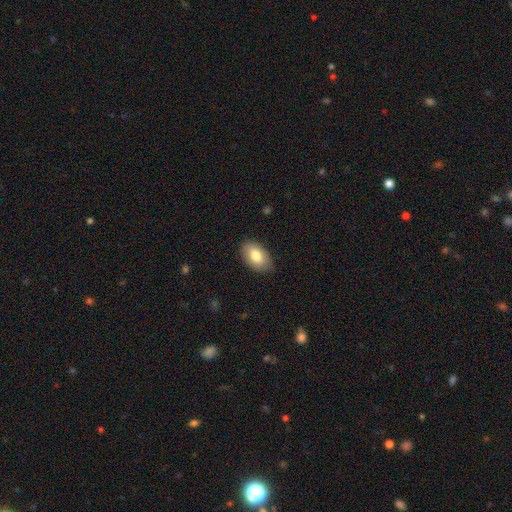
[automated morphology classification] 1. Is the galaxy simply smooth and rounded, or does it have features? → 79% smooth, 14% featured or disk, 7% star or artifact.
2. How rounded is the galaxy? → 92% in between, 6% round, 1% cigar-shaped.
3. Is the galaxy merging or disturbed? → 86% none, 11% minor disturbance, 2% major disturbance, 1% merger.